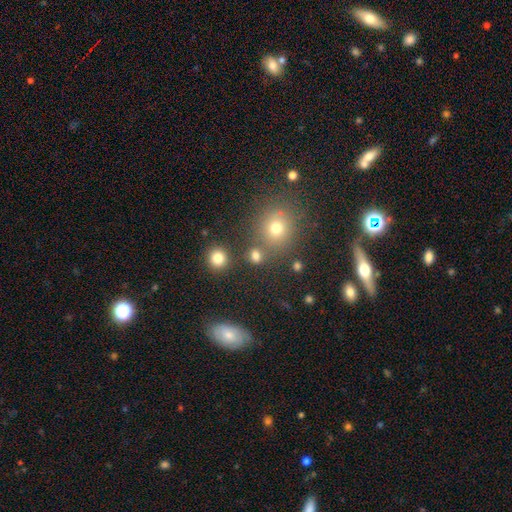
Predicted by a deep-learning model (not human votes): smooth 75%, star or artifact 18%, featured or disk 7%. Down the decision tree: how rounded — round (81%); merging — none (75%).